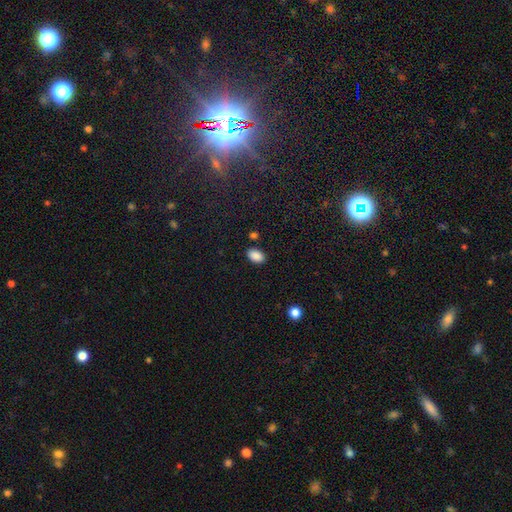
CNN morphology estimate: smooth-or-featured: smooth: 88% | star or artifact: 8% | featured or disk: 3%
  how-rounded: in between: 90% | round: 8% | cigar-shaped: 1%
  merging: none: 84% | minor disturbance: 10% | merger: 3% | major disturbance: 3%